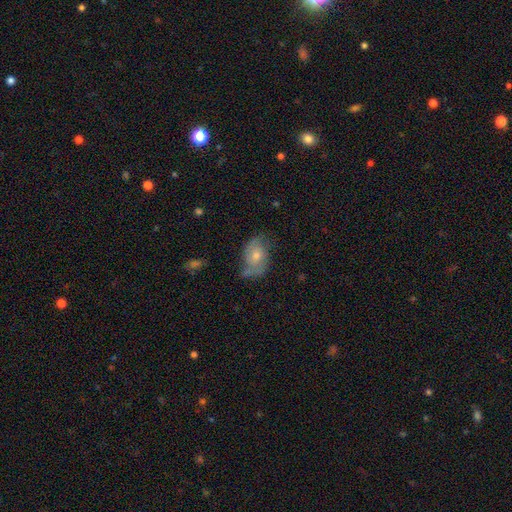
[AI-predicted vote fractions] A featured or disk galaxy (62%) with no bar (73%), 2 (72%) medium (44%) spiral arms (84%) and a moderate central bulge (56%). Merging: none (63%).